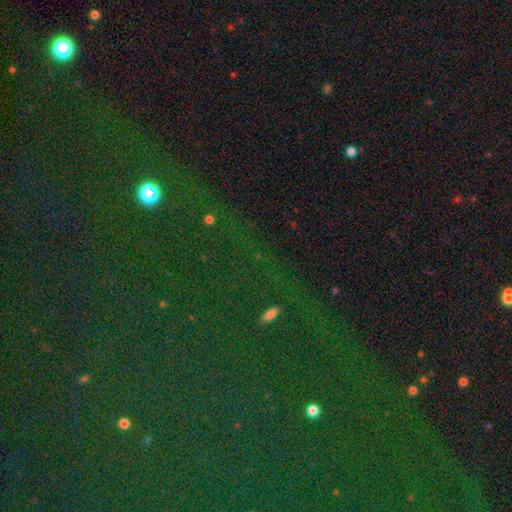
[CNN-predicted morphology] Smooth or featured? star or artifact (84%)